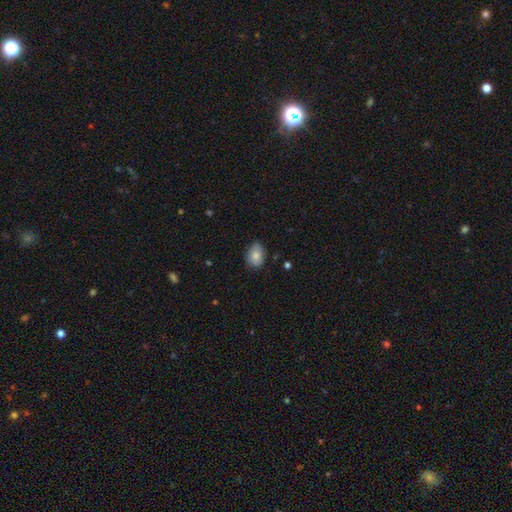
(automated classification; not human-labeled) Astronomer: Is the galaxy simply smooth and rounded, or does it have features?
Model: smooth — 83%.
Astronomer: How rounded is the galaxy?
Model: in between — 75%.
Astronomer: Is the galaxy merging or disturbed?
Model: none — 77%.